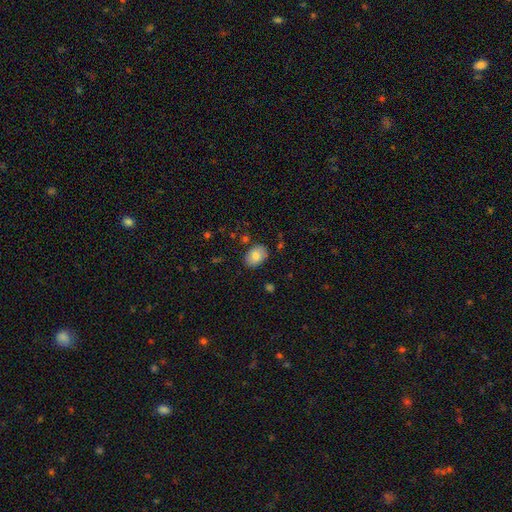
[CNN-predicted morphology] The model was most divided on "how rounded": in between: 77%, round: 22%, cigar-shaped: 1%. More confident: merging — none (84%); smooth or featured — smooth (81%).